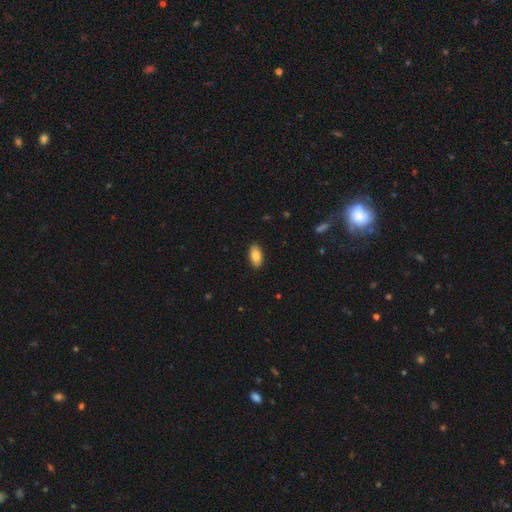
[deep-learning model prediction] A smooth galaxy with no disk features (85%) that is in between round and cigar-shaped (94%). Merging: none (89%).